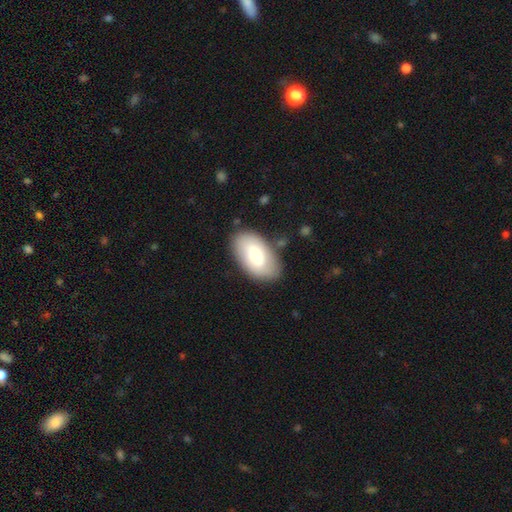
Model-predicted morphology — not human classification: smooth 63%, featured or disk 31%, star or artifact 6%. Down the decision tree: how rounded — in between (94%); merging — none (82%).